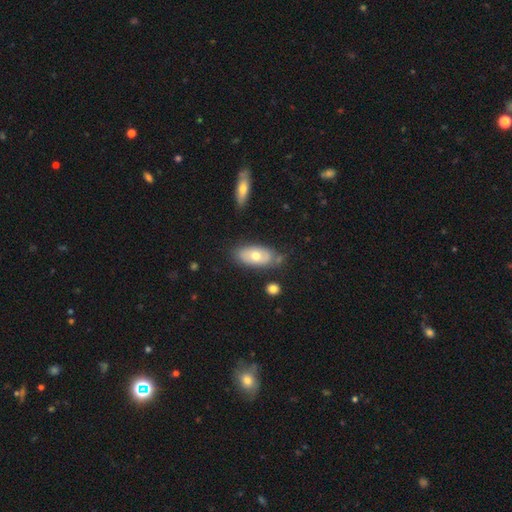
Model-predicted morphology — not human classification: Overall: smooth (58%; featured or disk 36%). How rounded: in between (90%). Merging: none (70%).